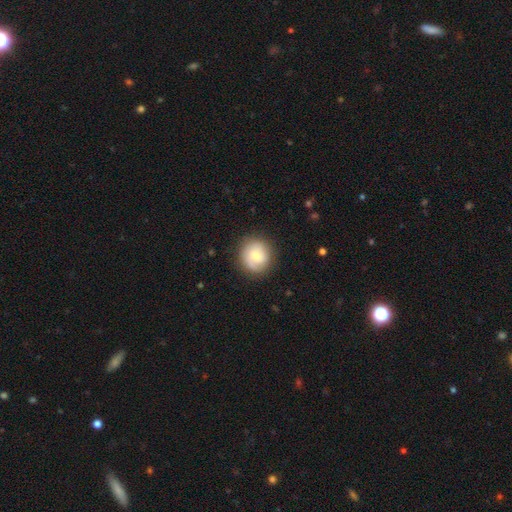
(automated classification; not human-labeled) smooth-or-featured: smooth: 59% | featured or disk: 33% | star or artifact: 7%
  how-rounded: round: 87% | in between: 12% | cigar-shaped: 1%
  merging: none: 81% | minor disturbance: 13% | major disturbance: 4% | merger: 1%